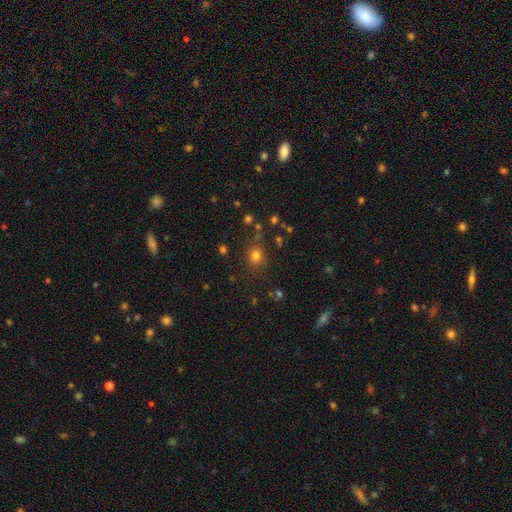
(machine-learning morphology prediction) Smooth or featured?
  - smooth: 77% *
  - star or artifact: 17%
  - featured or disk: 6%
How rounded?
  - round: 78% *
  - in between: 21%
  - cigar-shaped: 1%
Merging?
  - none: 80% *
  - minor disturbance: 11%
  - major disturbance: 4%
  - merger: 4%